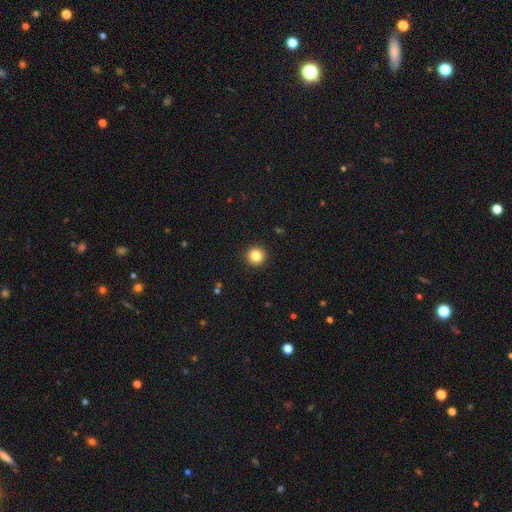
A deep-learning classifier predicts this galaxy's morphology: Smooth or featured: smooth — 84% (star or artifact — 11%)
How rounded: round — 96% (in between — 3%)
Merging: none — 93% (minor disturbance — 4%)